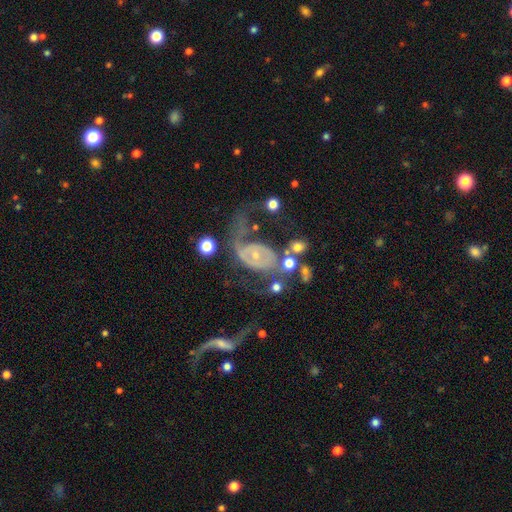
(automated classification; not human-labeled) The model was most divided on "spiral winding": loose: 43%, medium: 35%, tight: 22%. Remaining: edge-on disk — no (96%); spiral arms — yes (83%); smooth or featured — featured or disk (79%); bulge size — small (74%); bar — no (70%); spiral arm count — 2 (54%); merging — major disturbance (43%).